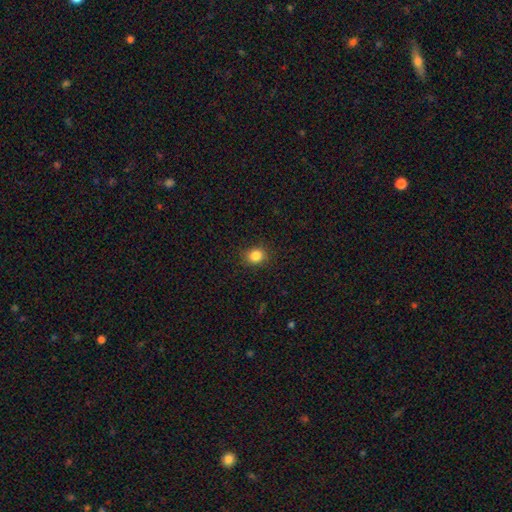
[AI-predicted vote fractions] Smooth or featured? smooth (85%)
How rounded? round (73%)
Merging? none (89%)